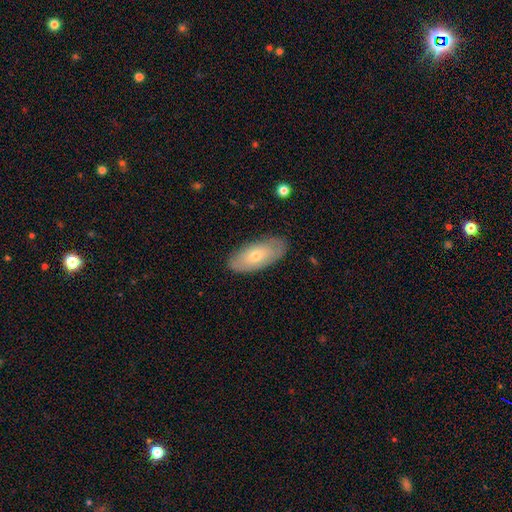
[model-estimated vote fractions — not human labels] smooth 62%, featured or disk 32%, star or artifact 7%. Down the decision tree: how rounded — in between (89%); merging — none (83%).